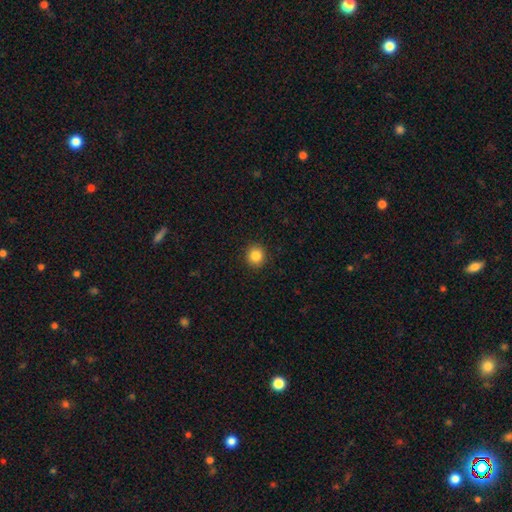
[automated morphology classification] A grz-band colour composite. It shows a smooth galaxy with no disk features (85%) that is round (90%). Merging: none (92%).